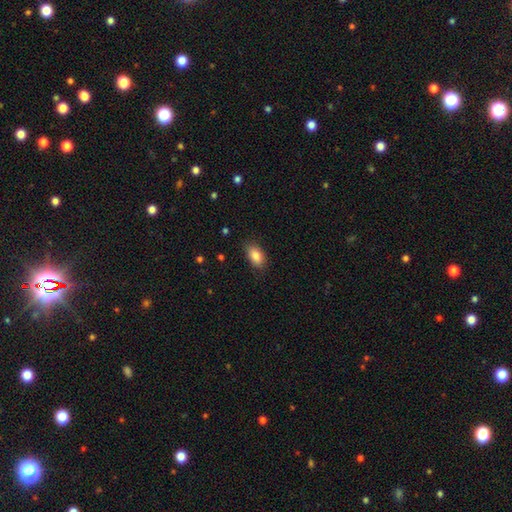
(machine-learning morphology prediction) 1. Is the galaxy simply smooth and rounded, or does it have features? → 86% smooth, 8% star or artifact, 7% featured or disk.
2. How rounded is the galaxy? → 91% in between, 6% round, 3% cigar-shaped.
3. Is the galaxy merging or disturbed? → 82% none, 14% minor disturbance, 3% major disturbance, 1% merger.